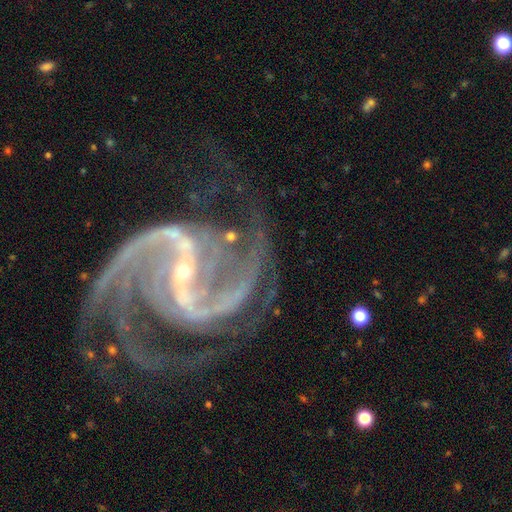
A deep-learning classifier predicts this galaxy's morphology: featured or disk 93%, star or artifact 5%, smooth 2%. Down the decision tree: edge-on disk — no (98%); bar — strong (67%); spiral arms — yes (99%); spiral arm count — 2 (63%); spiral winding — medium (55%); bulge size — small (86%); merging — none (56%).